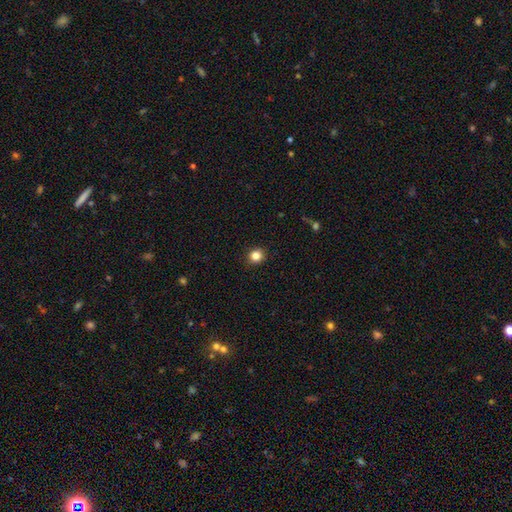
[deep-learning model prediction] This is clearly a smooth galaxy (83%). How rounded: clearly round (87%). Merging: clearly none (91%).